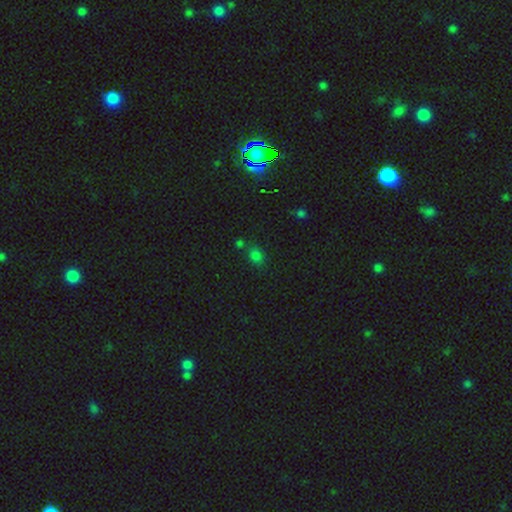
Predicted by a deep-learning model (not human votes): Q: Smooth or featured?
A: smooth (68%); runner-up: star or artifact (26%)
Q: How rounded?
A: in between (59%); runner-up: round (40%)
Q: Merging?
A: none (67%); runner-up: minor disturbance (14%)